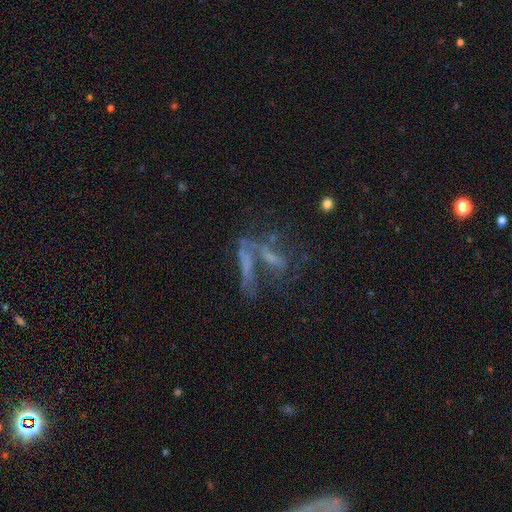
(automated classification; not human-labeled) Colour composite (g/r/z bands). It shows a featured or disk galaxy (47%). Merging: none (39%).